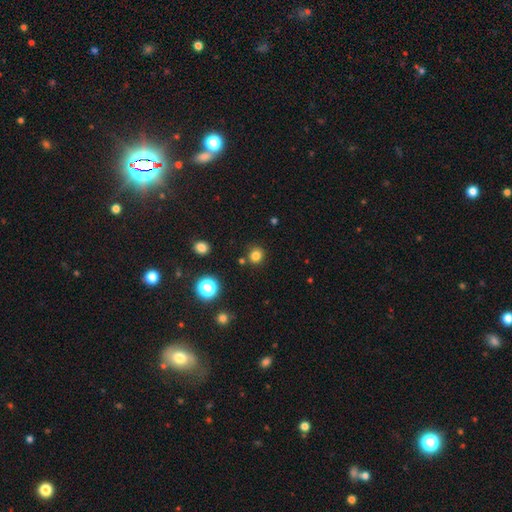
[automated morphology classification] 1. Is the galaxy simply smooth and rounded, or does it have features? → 80% smooth, 15% star or artifact, 5% featured or disk.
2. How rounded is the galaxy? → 85% round, 14% in between, 1% cigar-shaped.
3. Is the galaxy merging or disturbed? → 83% none, 9% minor disturbance, 5% merger, 3% major disturbance.